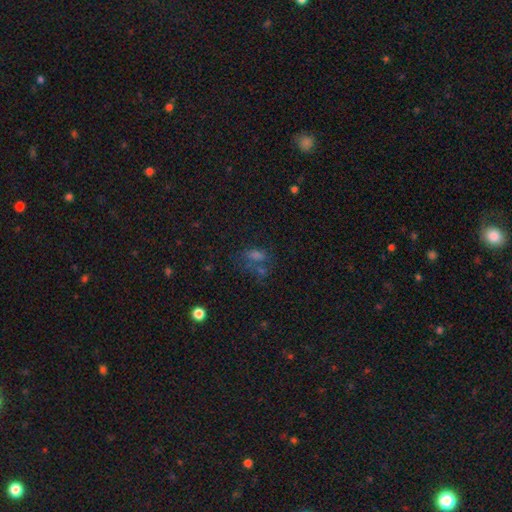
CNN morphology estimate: Smooth or featured? Predicted: smooth (p=0.47). Merging? Predicted: none (p=0.45).